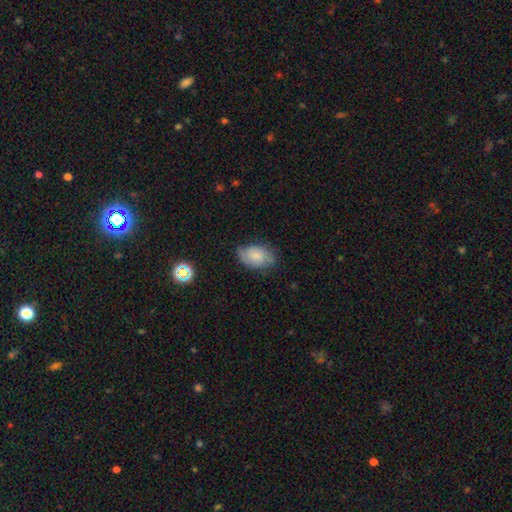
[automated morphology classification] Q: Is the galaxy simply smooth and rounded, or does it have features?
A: smooth — 63%.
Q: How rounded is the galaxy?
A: in between — 89%.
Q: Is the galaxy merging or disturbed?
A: none — 70%.